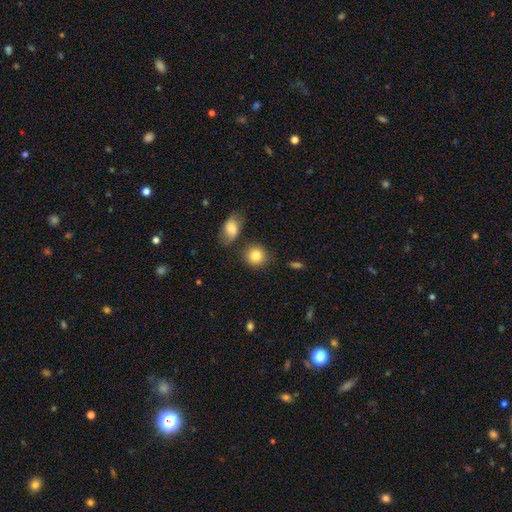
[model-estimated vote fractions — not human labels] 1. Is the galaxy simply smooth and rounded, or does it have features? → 84% smooth, 9% star or artifact, 7% featured or disk.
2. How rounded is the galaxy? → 85% round, 14% in between, 1% cigar-shaped.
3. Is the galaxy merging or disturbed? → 81% none, 9% minor disturbance, 7% merger, 3% major disturbance.